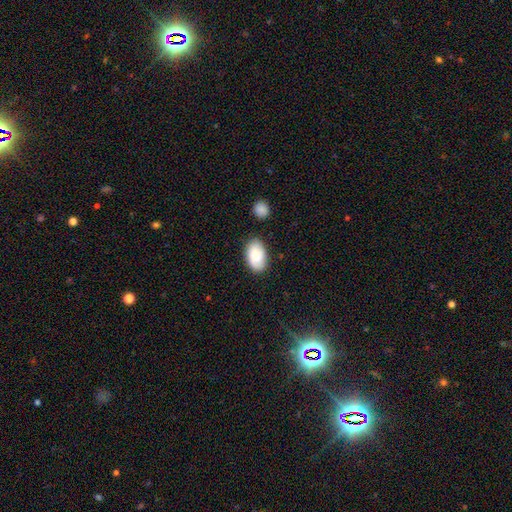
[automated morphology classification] A smooth galaxy with no disk features (74%) that is in between round and cigar-shaped (91%).

Vote fractions:
- Smooth or featured? smooth: 74% / featured or disk: 19% / star or artifact: 7%
- How rounded? in between: 91% / round: 7% / cigar-shaped: 1%
- Merging? none: 76% / minor disturbance: 16% / major disturbance: 4% / merger: 4%